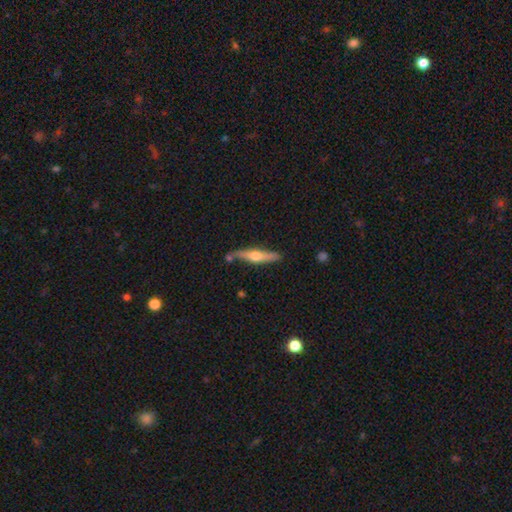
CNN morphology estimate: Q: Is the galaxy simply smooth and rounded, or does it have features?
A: featured or disk — 60%.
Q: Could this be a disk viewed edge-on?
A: yes — 95%.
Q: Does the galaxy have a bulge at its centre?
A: rounded — 94%.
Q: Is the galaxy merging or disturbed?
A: none — 75%.